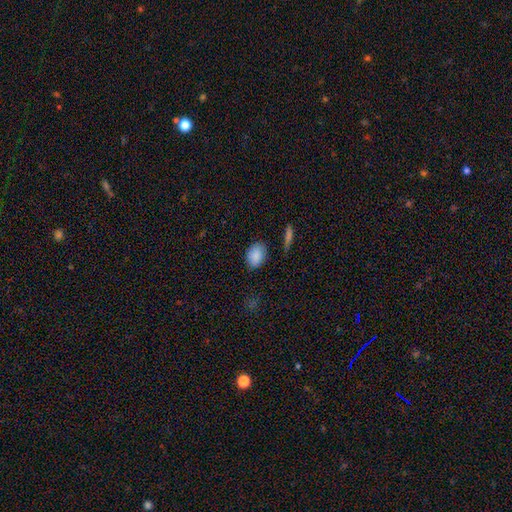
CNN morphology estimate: A smooth galaxy with no disk features (87%) that is in between round and cigar-shaped (75%). Merging: none (78%).